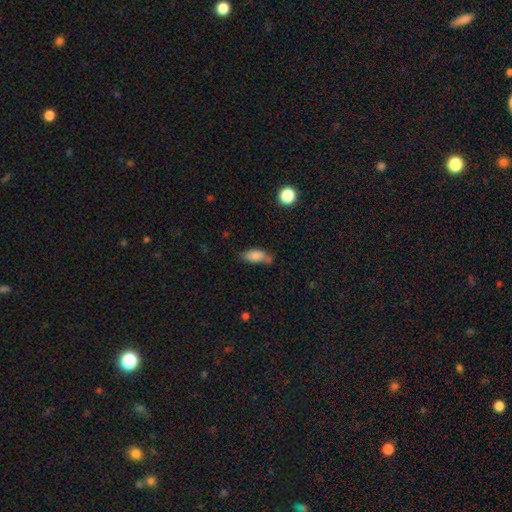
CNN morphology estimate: A smooth galaxy with no disk features (82%) that is in between round and cigar-shaped (84%). Merging: none (52%).